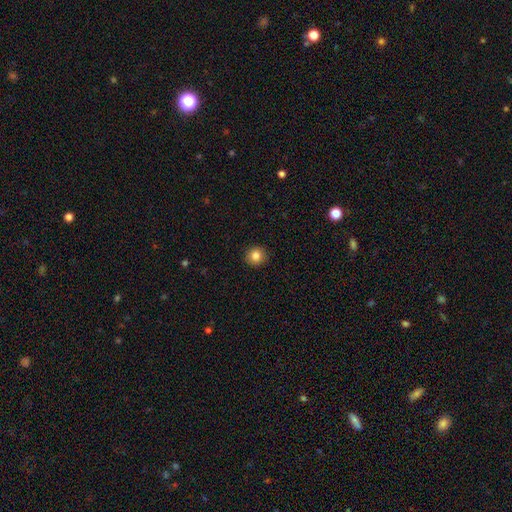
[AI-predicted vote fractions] Morphology: type=smooth (83%); roundness=round (92%); merging=none (92%).